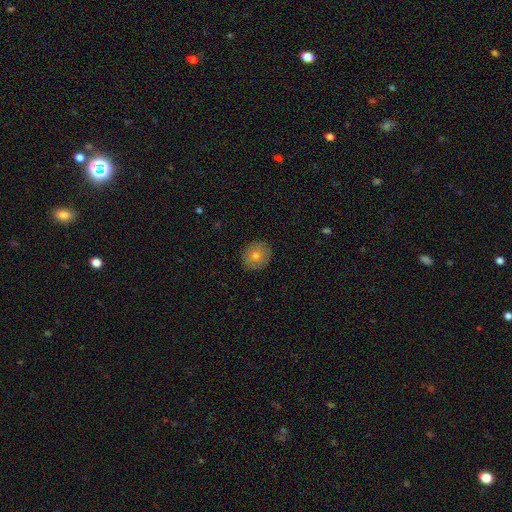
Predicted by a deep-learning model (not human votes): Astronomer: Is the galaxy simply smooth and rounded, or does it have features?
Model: smooth — 71%.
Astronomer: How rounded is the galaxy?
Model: round — 84%.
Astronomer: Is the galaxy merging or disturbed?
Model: none — 90%.